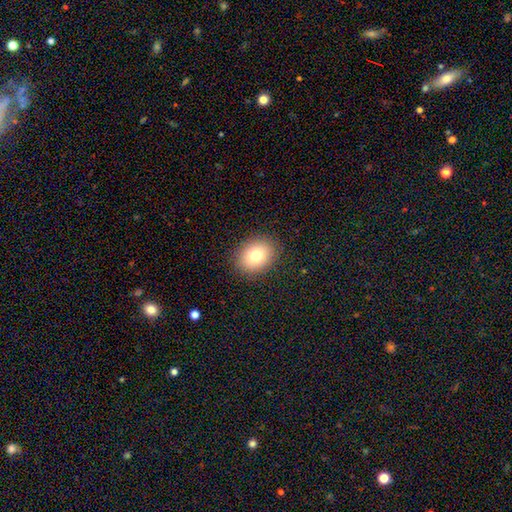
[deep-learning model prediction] Q: Smooth or featured?
A: smooth (79%); runner-up: featured or disk (10%)
Q: How rounded?
A: in between (53%); runner-up: round (46%)
Q: Merging?
A: none (89%); runner-up: minor disturbance (8%)